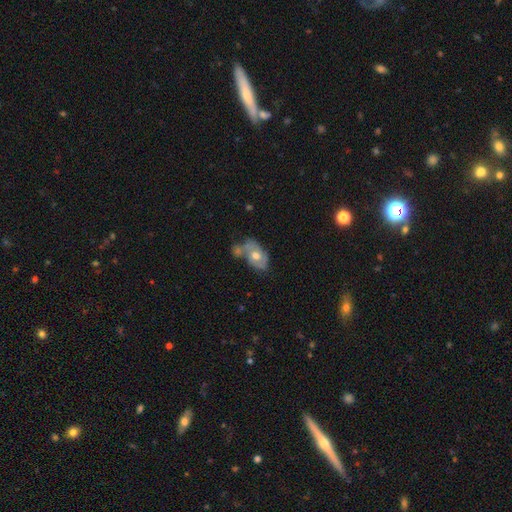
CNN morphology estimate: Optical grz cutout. It shows a featured or disk galaxy (53%). Merging: merger (36%).